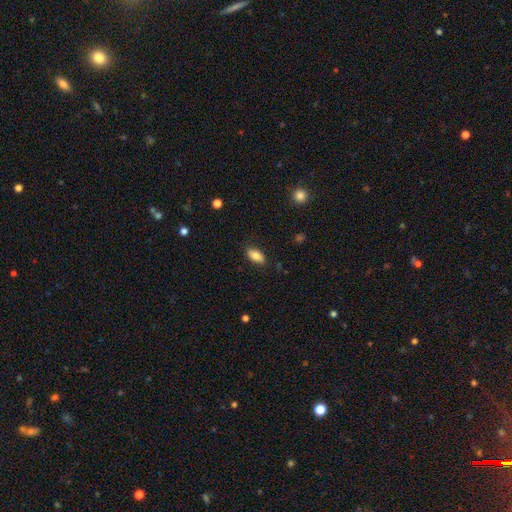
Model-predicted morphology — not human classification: type=smooth (84%); roundness=in between (90%); merging=none (85%).